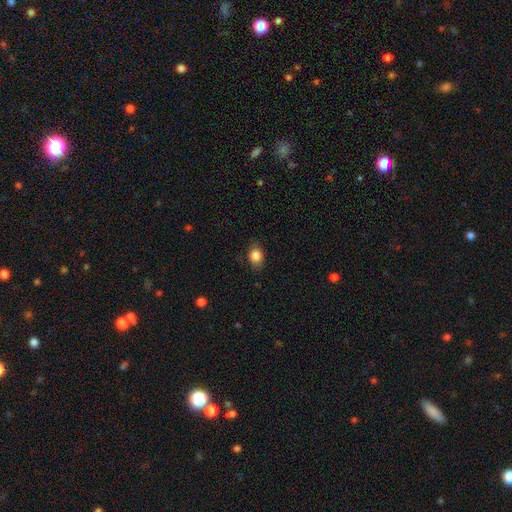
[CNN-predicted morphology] Smooth or featured?
  - smooth: 85% *
  - star or artifact: 9%
  - featured or disk: 6%
How rounded?
  - in between: 58% *
  - round: 41%
  - cigar-shaped: 1%
Merging?
  - none: 80% *
  - minor disturbance: 15%
  - major disturbance: 4%
  - merger: 1%